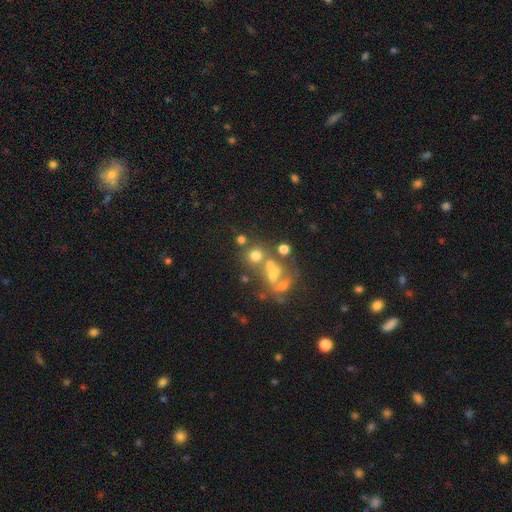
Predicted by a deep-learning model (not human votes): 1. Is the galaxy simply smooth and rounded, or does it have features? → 62% smooth, 20% star or artifact, 18% featured or disk.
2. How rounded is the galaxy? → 81% round, 17% in between, 2% cigar-shaped.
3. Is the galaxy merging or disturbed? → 50% none, 31% merger, 10% minor disturbance, 9% major disturbance.